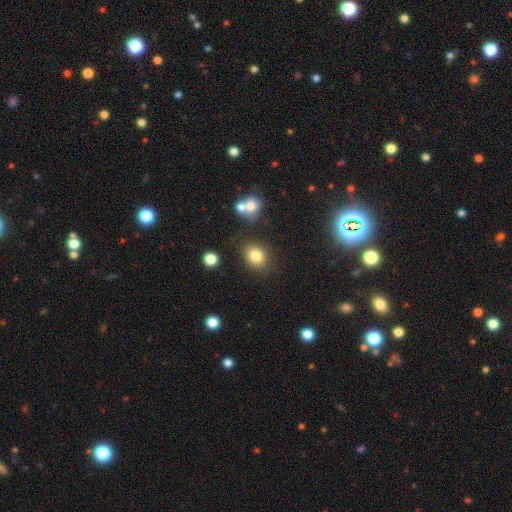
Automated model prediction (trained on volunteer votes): Smooth or featured: smooth — 81% (star or artifact — 12%)
How rounded: round — 63% (in between — 37%)
Merging: none — 80% (minor disturbance — 11%)